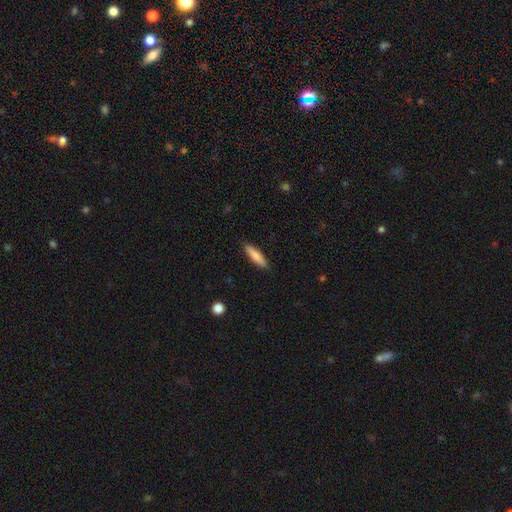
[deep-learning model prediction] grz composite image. It shows a smooth galaxy with no disk features (78%) that is cigar-shaped (77%). Merging: none (89%).